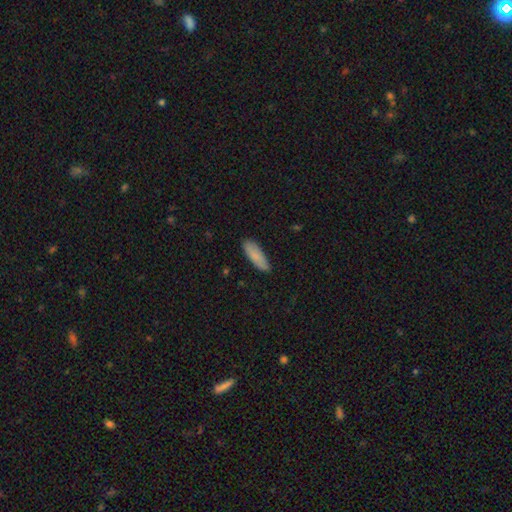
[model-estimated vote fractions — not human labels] Smooth or featured?
  - smooth: 84% *
  - featured or disk: 10%
  - star or artifact: 6%
How rounded?
  - in between: 53% *
  - cigar-shaped: 45%
  - round: 2%
Merging?
  - none: 83% *
  - minor disturbance: 13%
  - major disturbance: 2%
  - merger: 1%